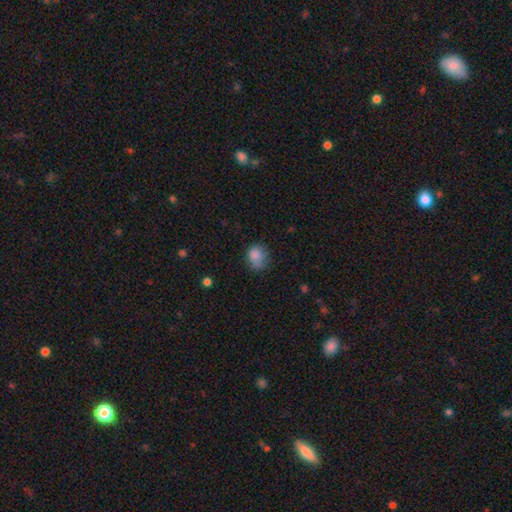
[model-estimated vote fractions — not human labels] The model was most divided on "merging": none: 59%, minor disturbance: 28%, major disturbance: 9%, merger: 3%. More confident: smooth or featured — smooth (83%); how rounded — round (68%).